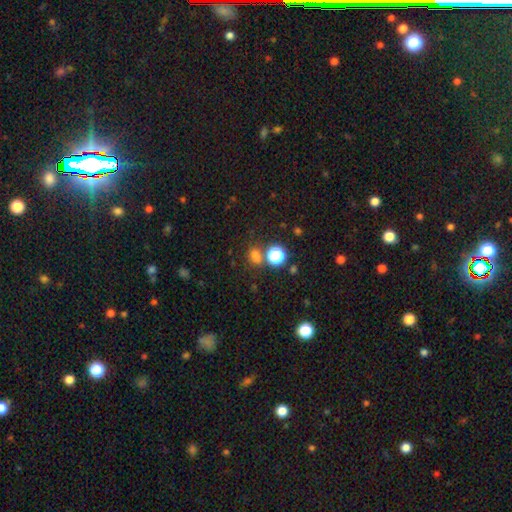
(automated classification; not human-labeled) smooth_or_featured: smooth (p=0.62) [alt: star or artifact p=0.31]
how_rounded: round (p=0.63) [alt: in between p=0.36]
merging: none (p=0.64) [alt: merger p=0.18]